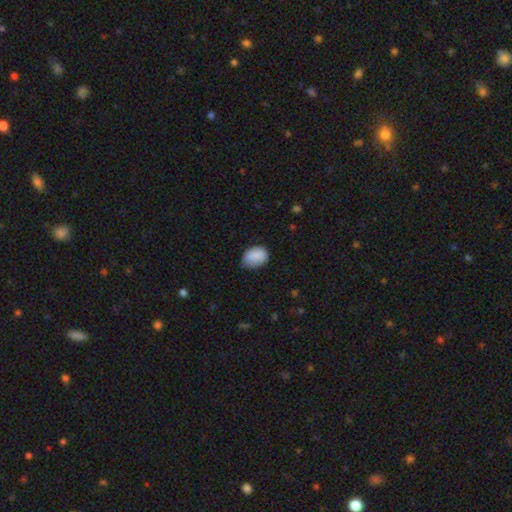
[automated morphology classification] smooth_or_featured: smooth (p=0.86) [alt: star or artifact p=0.07]
how_rounded: in between (p=0.66) [alt: round p=0.33]
merging: none (p=0.65) [alt: minor disturbance p=0.29]